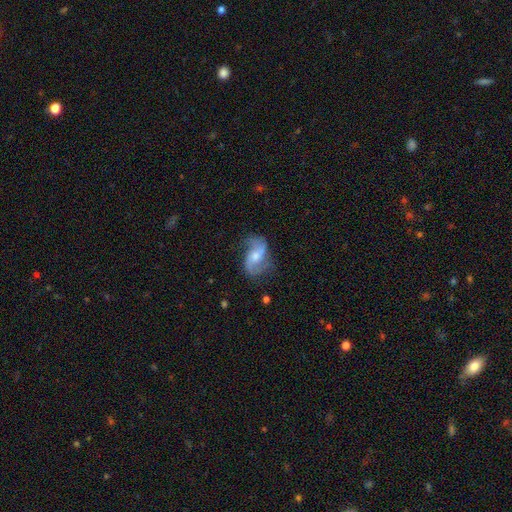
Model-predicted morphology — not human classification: featured or disk 76%, smooth 17%, star or artifact 6%. Down the decision tree: edge-on disk — no (97%); bar — no (46%); spiral arms — yes (93%); spiral arm count — 2 (87%); spiral winding — loose (58%); bulge size — moderate (52%); merging — none (63%).